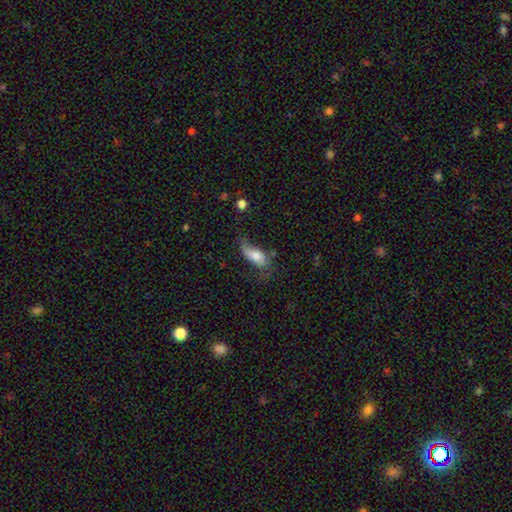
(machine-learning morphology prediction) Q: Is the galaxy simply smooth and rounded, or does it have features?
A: smooth — 64%.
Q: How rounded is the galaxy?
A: in between — 81%.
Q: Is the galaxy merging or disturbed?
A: none — 40%.